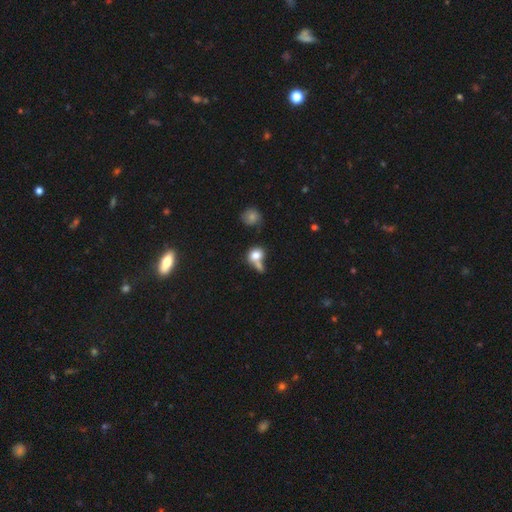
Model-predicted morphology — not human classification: The model was most divided on "how rounded": round: 51%, in between: 46%, cigar-shaped: 3%. Remaining: smooth or featured — smooth (76%); merging — merger (46%).